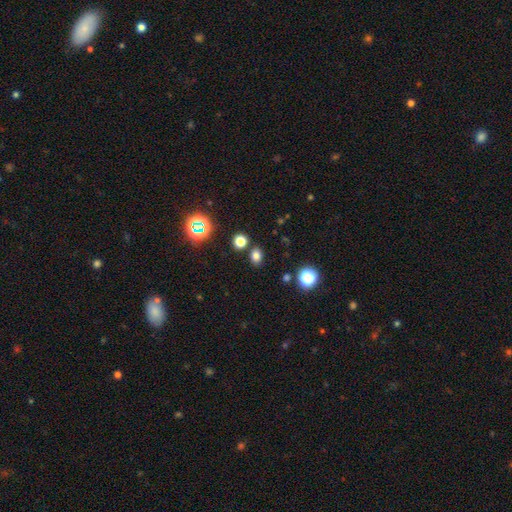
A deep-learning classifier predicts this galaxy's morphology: smooth-or-featured: smooth: 76% | star or artifact: 18% | featured or disk: 6%
  how-rounded: in between: 59% | round: 40% | cigar-shaped: 1%
  merging: none: 81% | minor disturbance: 9% | merger: 7% | major disturbance: 3%